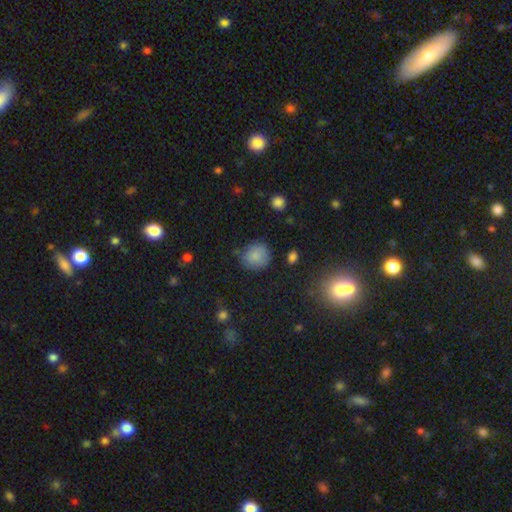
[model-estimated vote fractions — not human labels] The model was most divided on "merging": none: 72%, minor disturbance: 20%, major disturbance: 5%, merger: 3%. More confident: how rounded — round (84%); smooth or featured — smooth (81%).